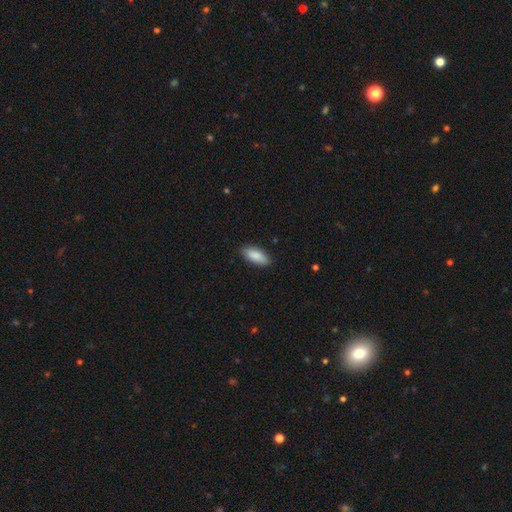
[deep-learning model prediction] A smooth galaxy with no disk features (88%) that is in between round and cigar-shaped (82%). Merging: none (88%).